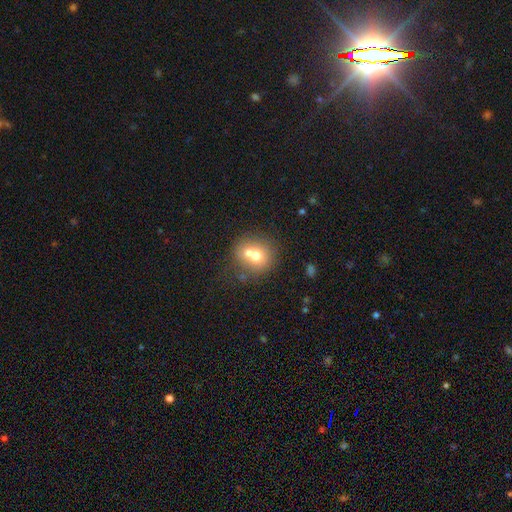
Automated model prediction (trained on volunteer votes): Smooth or featured? Predicted: smooth (p=0.65). How rounded? Predicted: round (p=0.76). Merging? Predicted: merger (p=0.53).